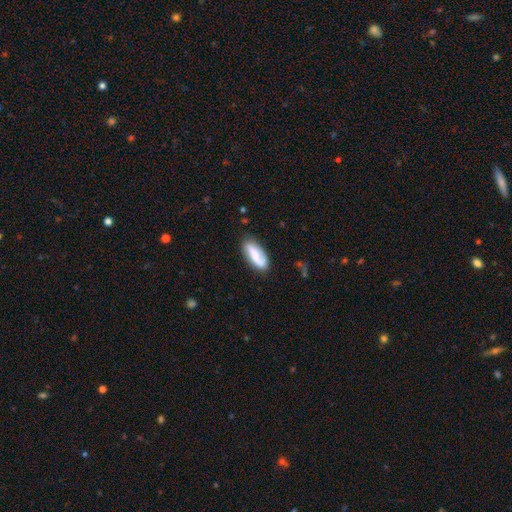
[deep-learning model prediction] smooth 60%, featured or disk 33%, star or artifact 7%. Down the decision tree: how rounded — in between (77%); merging — none (72%).